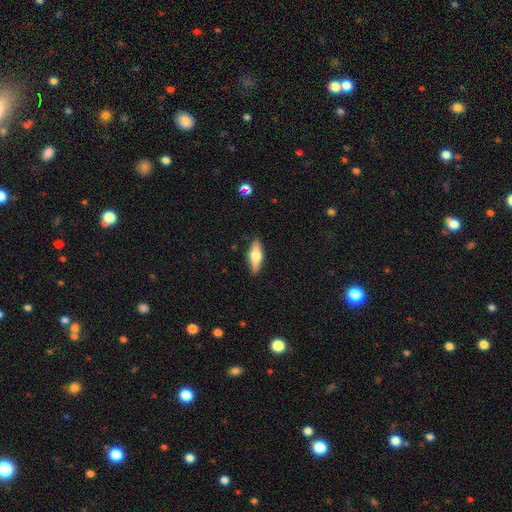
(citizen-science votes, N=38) Q: Smooth or featured?
A: smooth (63%); runner-up: featured or disk (34%)
Q: How rounded?
A: in between (67%); runner-up: cigar-shaped (33%)
Q: Merging?
A: none (86%); runner-up: minor disturbance (14%)